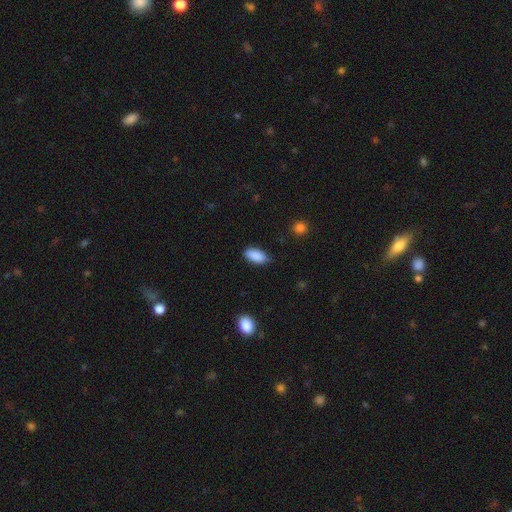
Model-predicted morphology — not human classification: This is clearly a smooth galaxy (89%). How rounded: clearly in between (91%). Merging: likely none (77%).